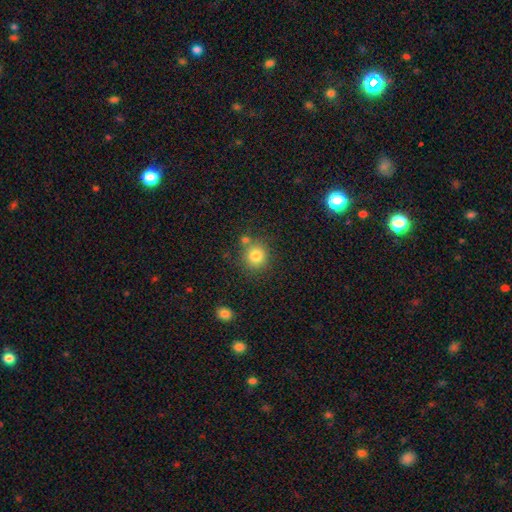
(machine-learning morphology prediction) A smooth galaxy with no disk features (81%) that is round (88%).

Vote fractions:
- Smooth or featured? smooth: 81% / star or artifact: 12% / featured or disk: 8%
- How rounded? round: 88% / in between: 11% / cigar-shaped: 1%
- Merging? none: 74% / merger: 12% / minor disturbance: 10% / major disturbance: 4%